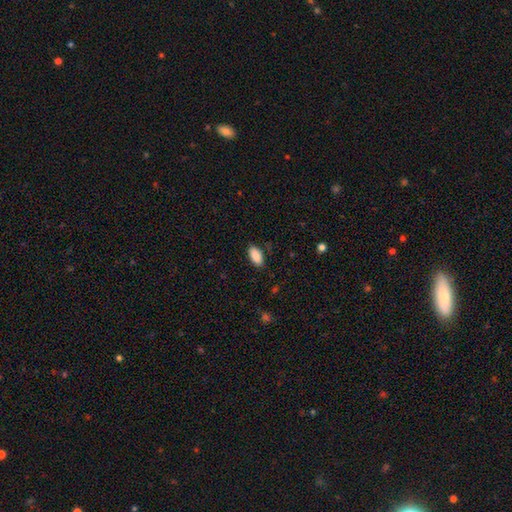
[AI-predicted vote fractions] This appears to be a smooth galaxy with no disk features (89%) that is in between round and cigar-shaped (93%). Merging: none (85%).